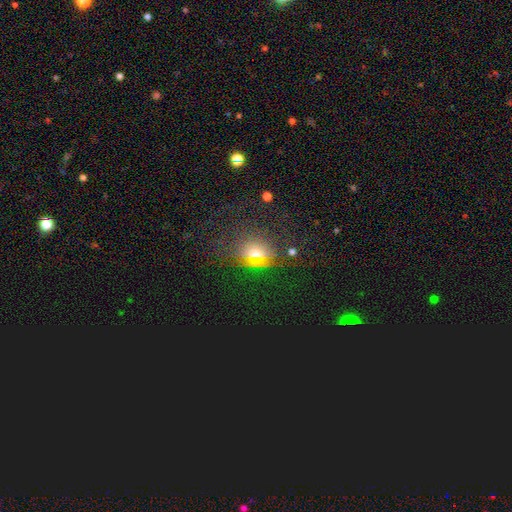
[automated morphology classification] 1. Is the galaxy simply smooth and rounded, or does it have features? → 49% smooth, 35% star or artifact, 16% featured or disk.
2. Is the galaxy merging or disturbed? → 74% none, 13% minor disturbance, 9% major disturbance, 3% merger.